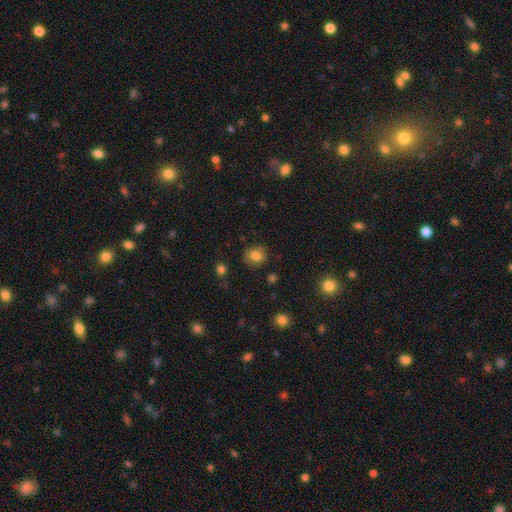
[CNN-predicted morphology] This appears to be a smooth galaxy with no disk features (81%) that is round (77%). Merging: none (82%).